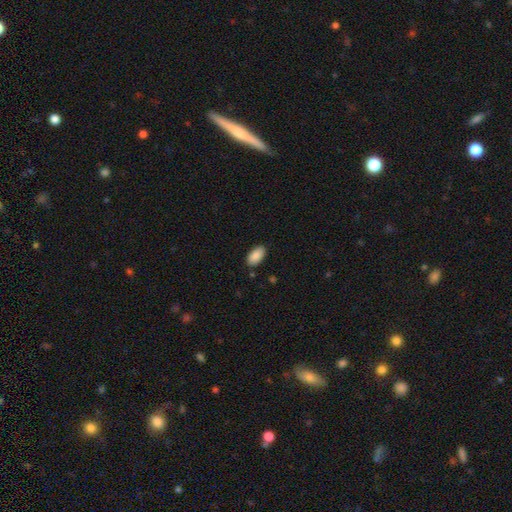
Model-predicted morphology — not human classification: type=smooth (89%); roundness=in between (95%); merging=none (86%).